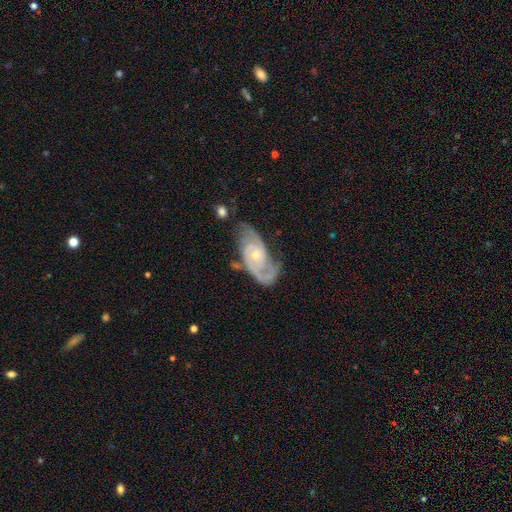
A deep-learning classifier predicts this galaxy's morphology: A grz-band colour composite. It shows a featured or disk galaxy (89%) with no bar (69%), 2 (76%) tight (47%) spiral arms (97%) and a small central bulge (61%). Merging: none (64%).